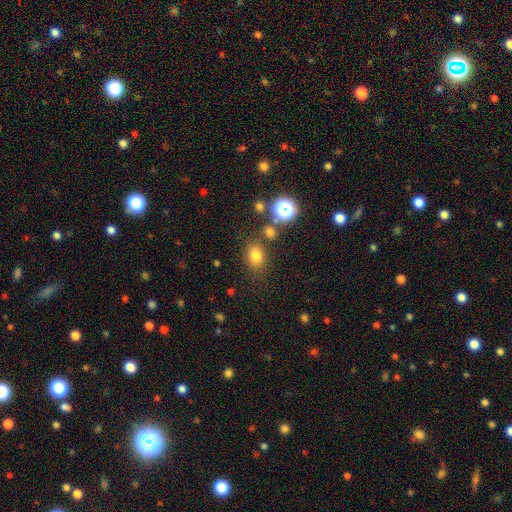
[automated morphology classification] smooth-or-featured: smooth: 76% | star or artifact: 17% | featured or disk: 7%
  how-rounded: in between: 52% | round: 47% | cigar-shaped: 1%
  merging: none: 77% | minor disturbance: 11% | merger: 7% | major disturbance: 4%